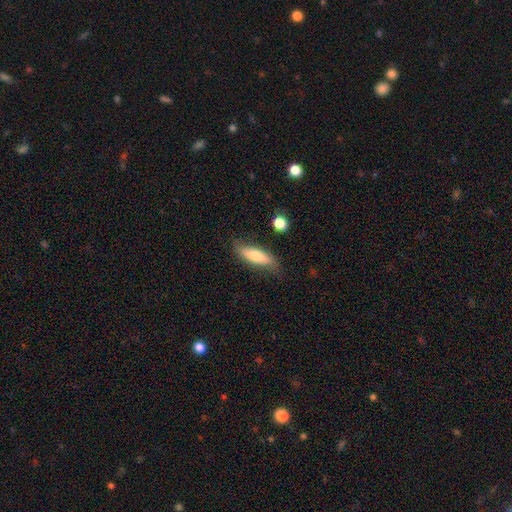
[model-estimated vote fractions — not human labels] A smooth galaxy with no disk features (70%) that is cigar-shaped (54%).

Vote fractions:
- Smooth or featured? smooth: 70% / featured or disk: 23% / star or artifact: 6%
- How rounded? cigar-shaped: 54% / in between: 44% / round: 2%
- Merging? none: 76% / minor disturbance: 18% / major disturbance: 4% / merger: 2%